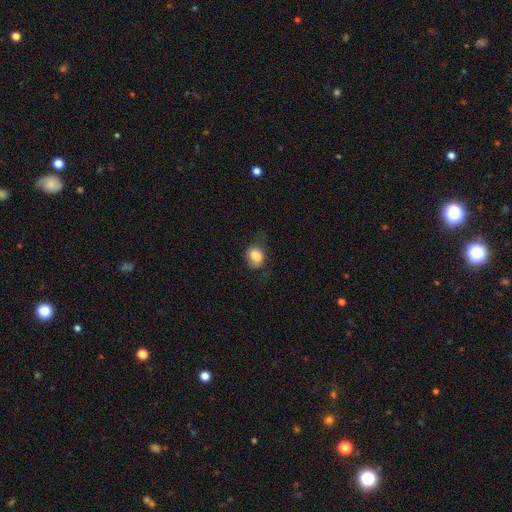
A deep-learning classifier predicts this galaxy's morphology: Smooth or featured: smooth — 81% (featured or disk — 10%)
How rounded: in between — 51% (round — 48%)
Merging: none — 59% (minor disturbance — 27%)